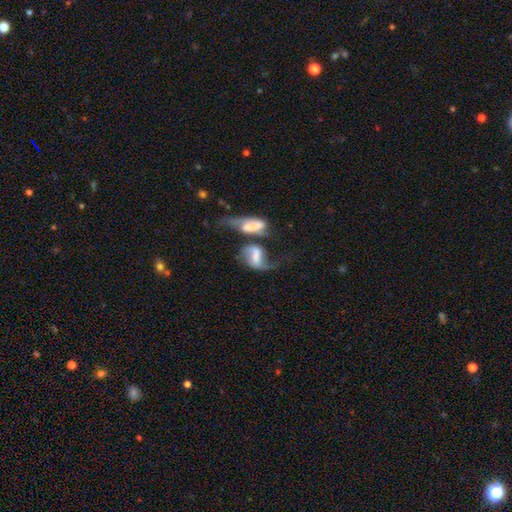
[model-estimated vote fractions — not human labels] Morphology: type=featured or disk (60%); edge-on=no (92%); bar=strong (39%); spiral arms=yes (78%); bulge=none (33%); merging=merger (61%).